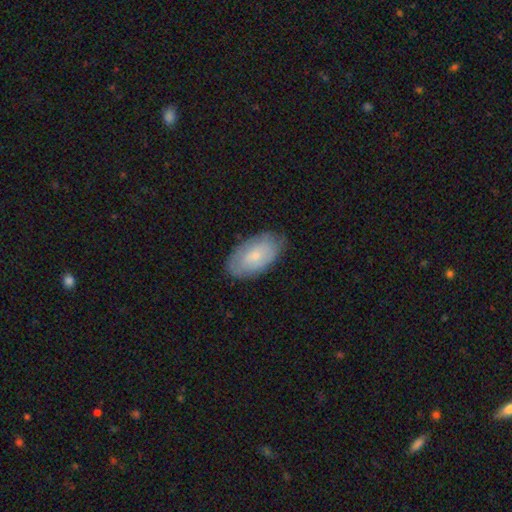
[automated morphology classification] This appears to be a smooth galaxy with no disk features (62%) that is in between round and cigar-shaped (94%). Merging: none (77%).